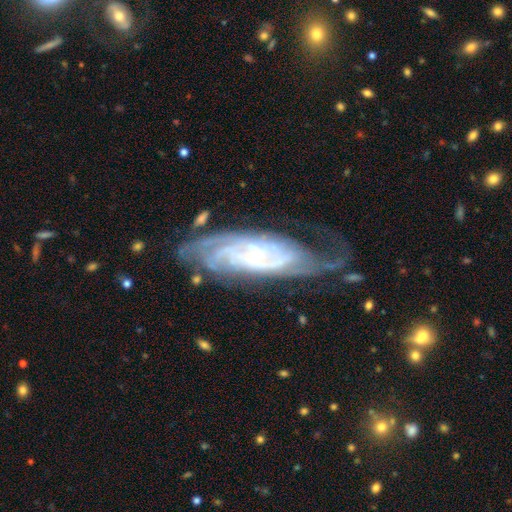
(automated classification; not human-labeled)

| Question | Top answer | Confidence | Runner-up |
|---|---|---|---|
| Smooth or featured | featured or disk | 86% | smooth (8%) |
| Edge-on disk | no | 89% | yes (11%) |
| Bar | no | 53% | weak (34%) |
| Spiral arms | yes | 96% | no (4%) |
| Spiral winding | tight | 63% | medium (30%) |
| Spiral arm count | can't tell | 32% | 2 (20%) |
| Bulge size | small | 77% | moderate (14%) |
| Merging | none | 56% | minor disturbance (25%) |